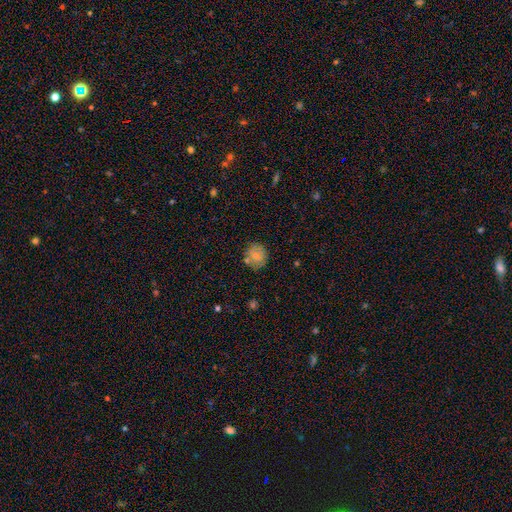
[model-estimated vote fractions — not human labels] smooth 71%, featured or disk 20%, star or artifact 9%. Down the decision tree: how rounded — round (79%); merging — none (74%).